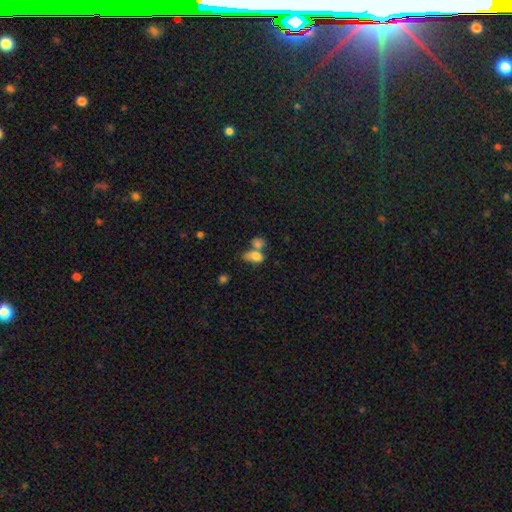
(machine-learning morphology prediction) smooth 79%, featured or disk 13%, star or artifact 9%. Down the decision tree: how rounded — in between (85%); merging — merger (51%).